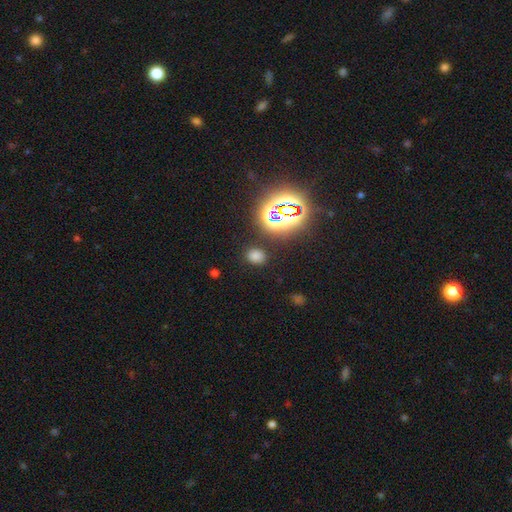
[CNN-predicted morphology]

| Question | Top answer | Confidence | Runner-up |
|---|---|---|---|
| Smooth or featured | smooth | 65% | star or artifact (29%) |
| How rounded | in between | 60% | round (38%) |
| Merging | none | 85% | minor disturbance (9%) |